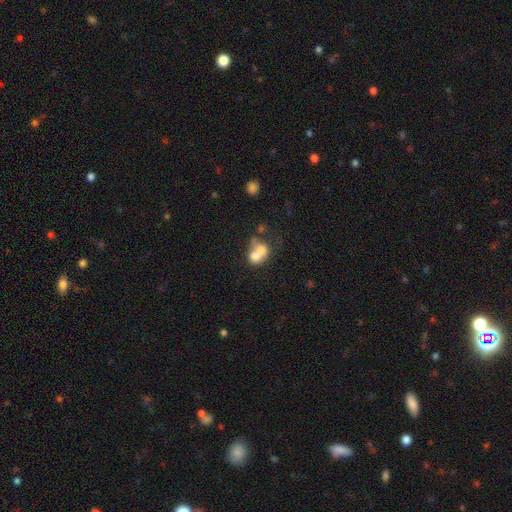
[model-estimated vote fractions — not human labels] smooth-or-featured: smooth: 65% | featured or disk: 25% | star or artifact: 10%
  how-rounded: in between: 50% | round: 49% | cigar-shaped: 1%
  merging: merger: 69% | none: 17% | minor disturbance: 7% | major disturbance: 7%